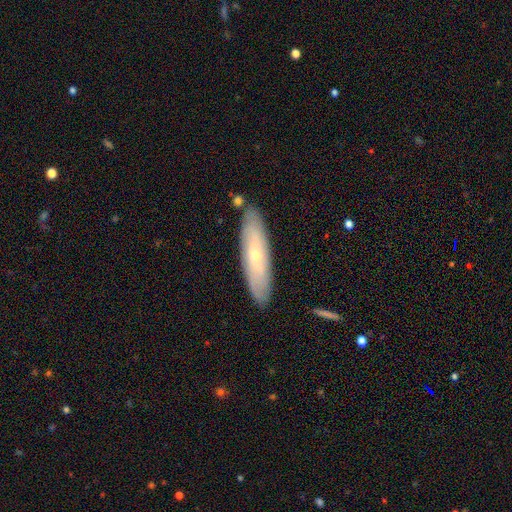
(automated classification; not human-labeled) A featured or disk galaxy (50%). Merging: none (85%).